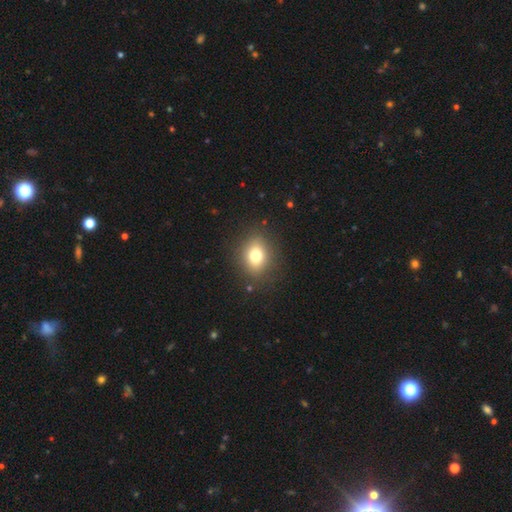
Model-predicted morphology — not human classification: type=smooth (76%); roundness=round (51%); merging=none (86%).